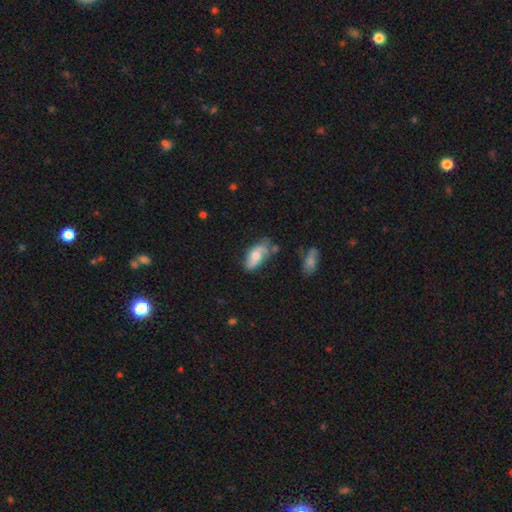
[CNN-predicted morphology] Q: Smooth or featured?
A: featured or disk (47%); runner-up: smooth (46%)
Q: Merging?
A: none (51%); runner-up: minor disturbance (30%)